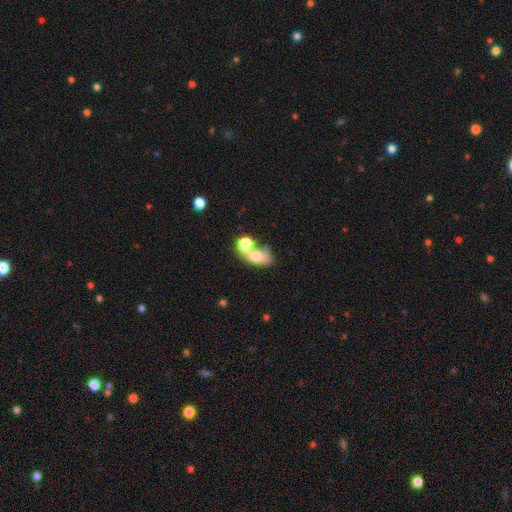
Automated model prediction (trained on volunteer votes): Q: Smooth or featured?
A: smooth (64%); runner-up: featured or disk (24%)
Q: How rounded?
A: in between (73%); runner-up: round (24%)
Q: Merging?
A: merger (53%); runner-up: none (23%)